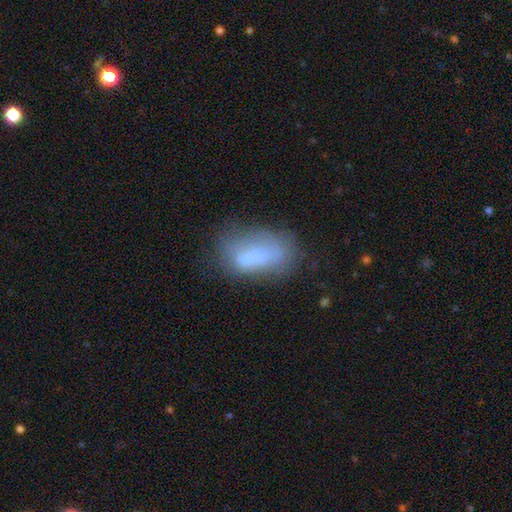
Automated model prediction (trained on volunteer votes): smooth 62%, featured or disk 28%, star or artifact 11%. Down the decision tree: how rounded — in between (89%); merging — none (40%).